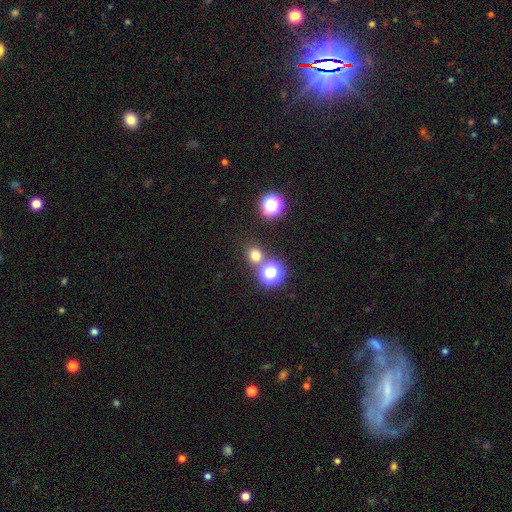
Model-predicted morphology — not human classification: The model was most divided on "smooth or featured": smooth: 69%, star or artifact: 26%, featured or disk: 6%. More confident: how rounded — round (86%); merging — none (77%).